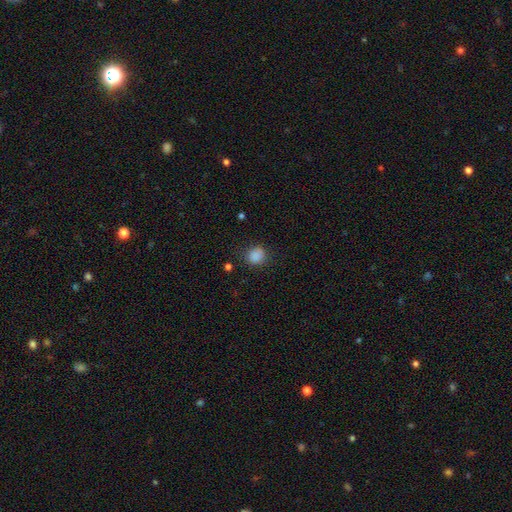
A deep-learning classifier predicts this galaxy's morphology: Smooth or featured: smooth — 86% (star or artifact — 11%)
How rounded: round — 74% (in between — 25%)
Merging: none — 79% (minor disturbance — 15%)